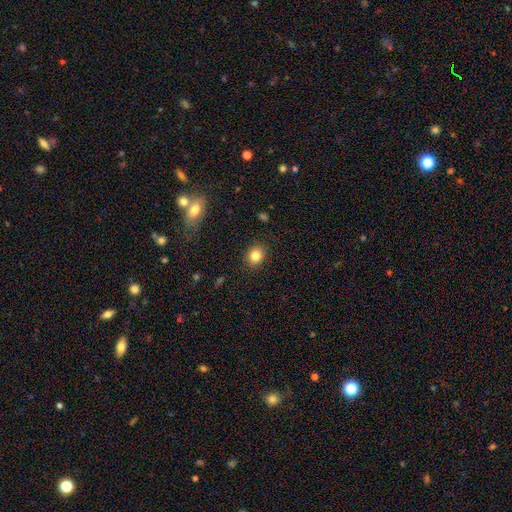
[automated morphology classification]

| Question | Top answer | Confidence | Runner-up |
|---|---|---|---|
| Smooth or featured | smooth | 84% | star or artifact (10%) |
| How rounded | round | 64% | in between (35%) |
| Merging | none | 89% | minor disturbance (7%) |